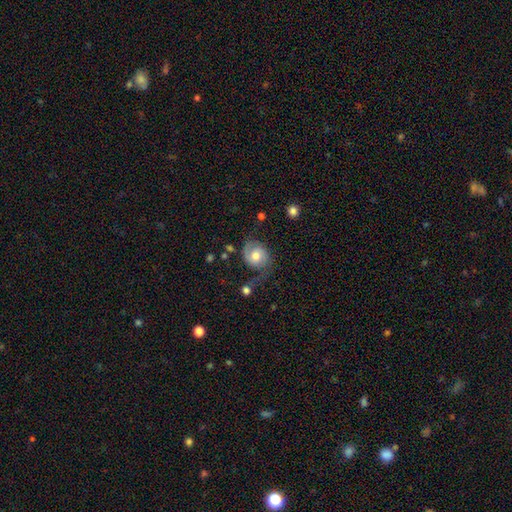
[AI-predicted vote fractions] Overall: featured or disk (66%; smooth 27%). Edge-on disk: no (98%). Bar: no (69%). Spiral arms: yes (91%). Spiral arm count: 2 (81%). Spiral winding: medium (43%; tight 36%). Bulge size: moderate (69%). Merging: none (55%; minor disturbance 24%).